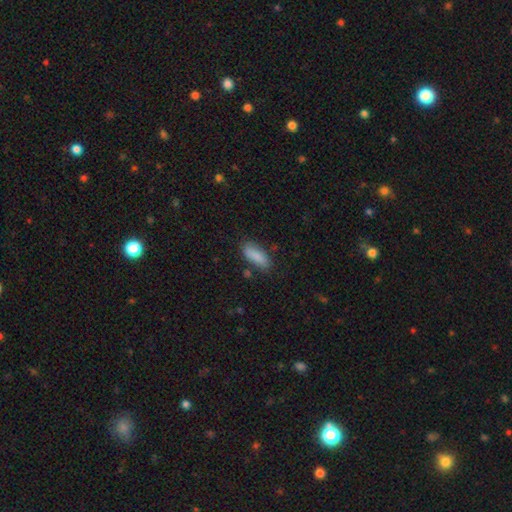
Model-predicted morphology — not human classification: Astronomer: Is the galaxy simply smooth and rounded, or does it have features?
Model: smooth — 87%.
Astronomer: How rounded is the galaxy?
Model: in between — 75%.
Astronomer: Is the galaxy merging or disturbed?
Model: none — 75%.